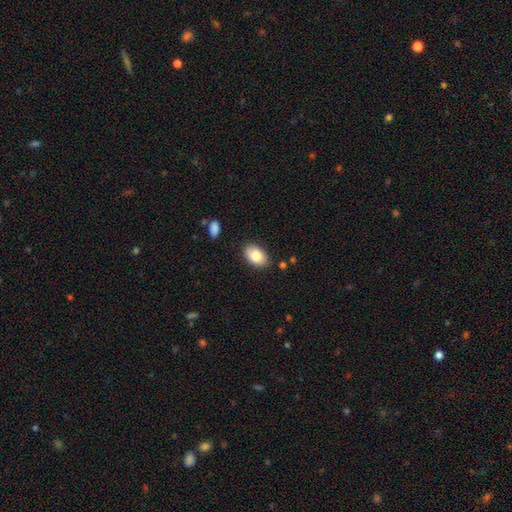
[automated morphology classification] Smooth or featured? smooth (84%)
How rounded? in between (90%)
Merging? none (82%)